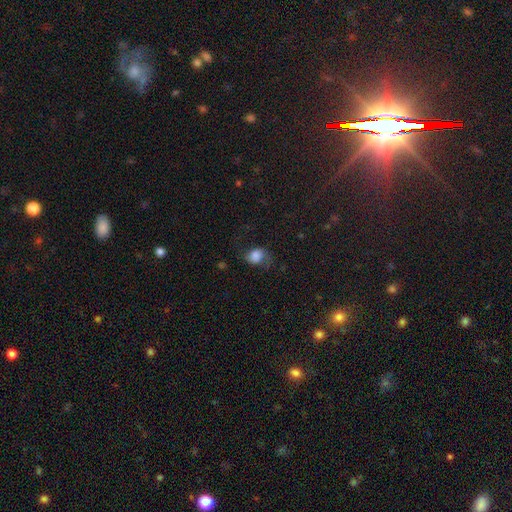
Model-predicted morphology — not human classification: Smooth or featured?
  - smooth: 64% *
  - featured or disk: 25%
  - star or artifact: 11%
How rounded?
  - round: 54% *
  - in between: 45%
  - cigar-shaped: 1%
Merging?
  - none: 51% *
  - minor disturbance: 24%
  - major disturbance: 23%
  - merger: 2%